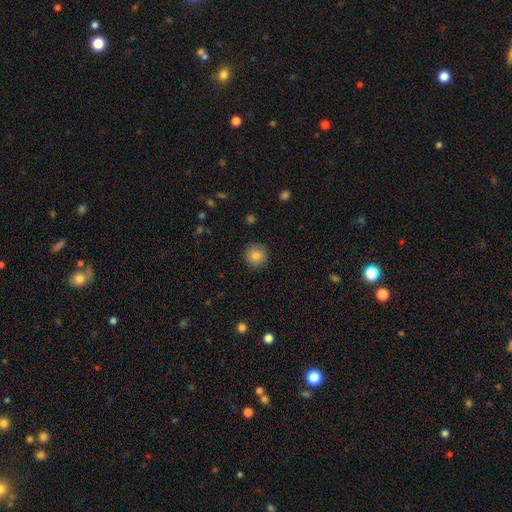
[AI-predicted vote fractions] The model was most divided on "smooth or featured": smooth: 82%, star or artifact: 10%, featured or disk: 8%. More confident: how rounded — round (94%); merging — none (90%).